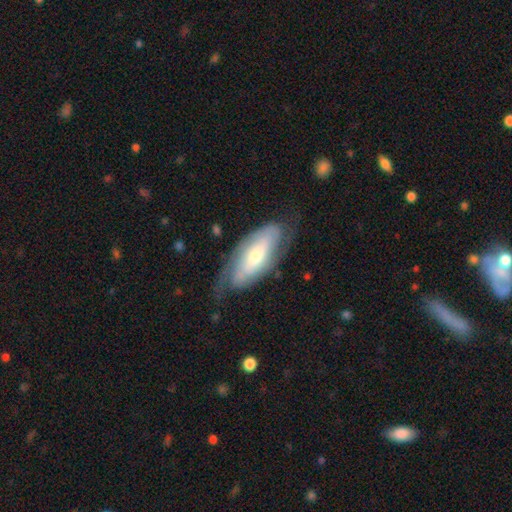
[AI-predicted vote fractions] Smooth or featured: featured or disk — 63% (smooth — 31%)
Edge-on disk: no — 85% (yes — 15%)
Bar: no — 48% (weak — 32%)
Spiral arms: yes — 82% (no — 18%)
Bulge size: moderate — 55% (small — 33%)
Merging: none — 61% (minor disturbance — 24%)